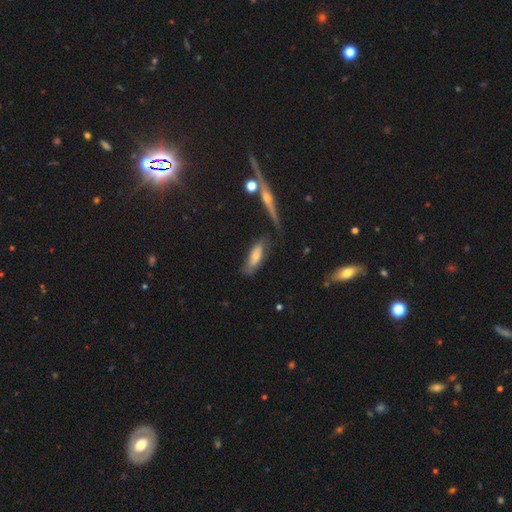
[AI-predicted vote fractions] The model was most divided on "smooth or featured": smooth: 57%, featured or disk: 36%, star or artifact: 7%. More confident: how rounded — in between (63%); merging — none (55%).